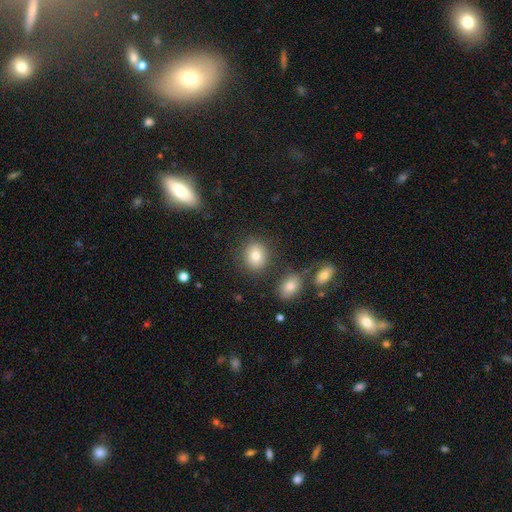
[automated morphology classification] Smooth or featured: smooth — 80% (star or artifact — 11%)
How rounded: round — 66% (in between — 33%)
Merging: none — 82% (minor disturbance — 10%)